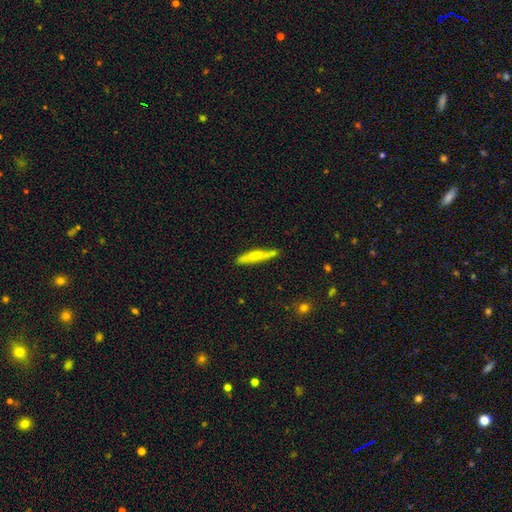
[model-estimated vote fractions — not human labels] A smooth galaxy with no disk features (57%) that is cigar-shaped (89%). Merging: none (71%).